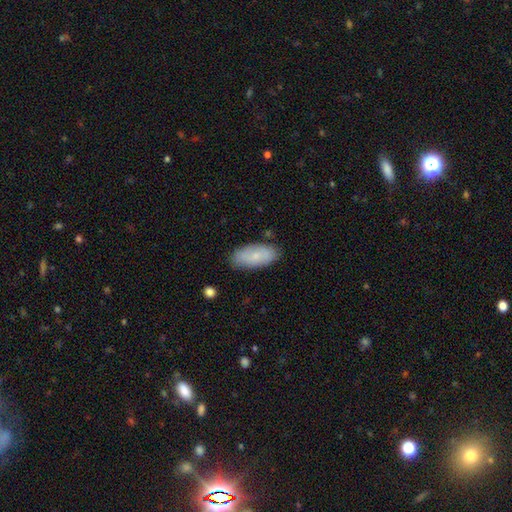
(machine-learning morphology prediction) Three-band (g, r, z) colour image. It shows a smooth galaxy with no disk features (72%) that is in between round and cigar-shaped (88%). Merging: none (82%).